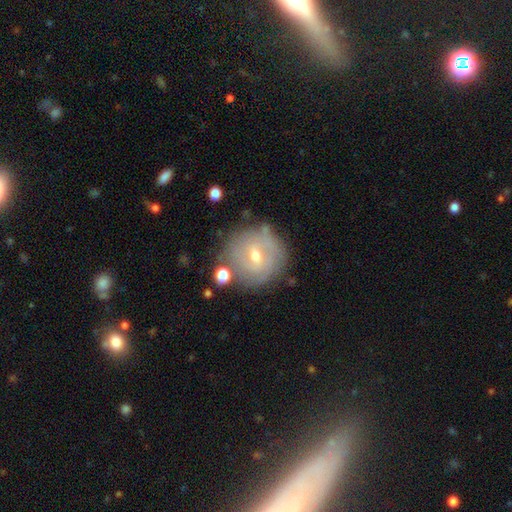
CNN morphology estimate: Overall: featured or disk (64%; smooth 28%). Edge-on disk: no (96%). Bar: weak (56%; no 28%). Spiral arms: yes (71%). Bulge size: moderate (51%; small 46%). Merging: none (74%).